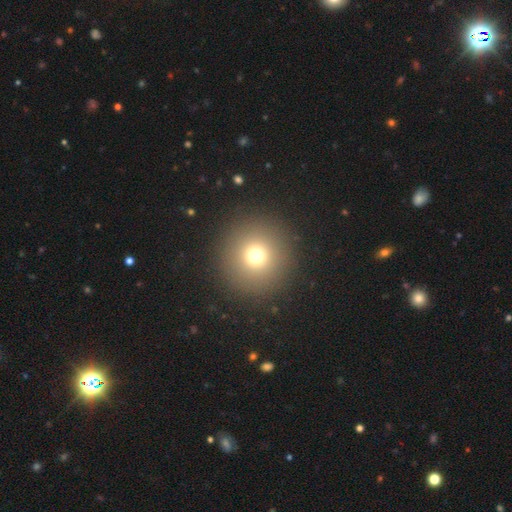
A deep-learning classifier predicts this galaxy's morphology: This appears to be a smooth galaxy with no disk features (72%) that is round (96%). Merging: none (91%).